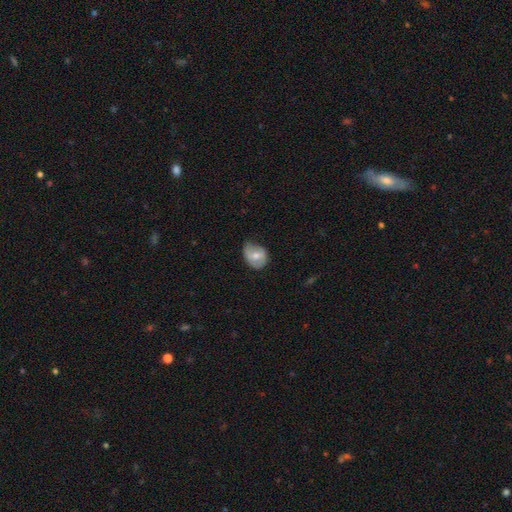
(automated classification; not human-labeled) Q: Smooth or featured?
A: smooth (59%); runner-up: featured or disk (34%)
Q: How rounded?
A: in between (58%); runner-up: round (41%)
Q: Merging?
A: none (45%); runner-up: minor disturbance (42%)